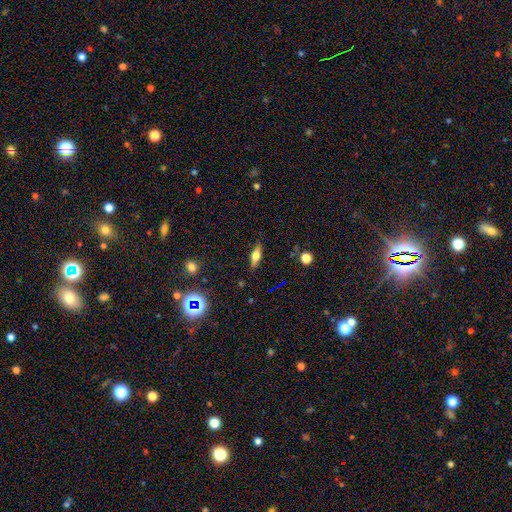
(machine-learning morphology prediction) This is possibly a featured or disk galaxy (45%, tied with smooth). Merging: clearly none (86%).